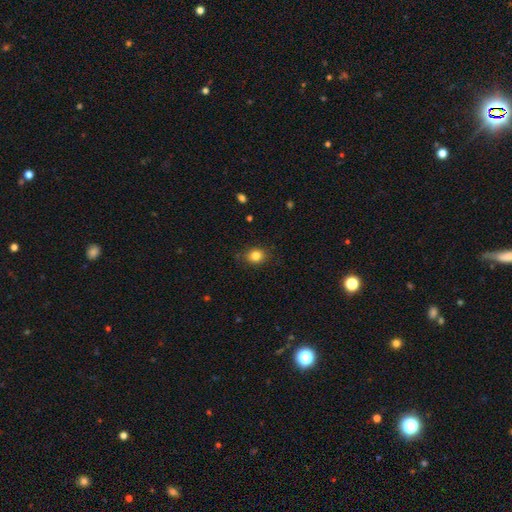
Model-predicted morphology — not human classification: This appears to be a smooth galaxy with no disk features (83%) that is round (62%). Merging: none (84%).